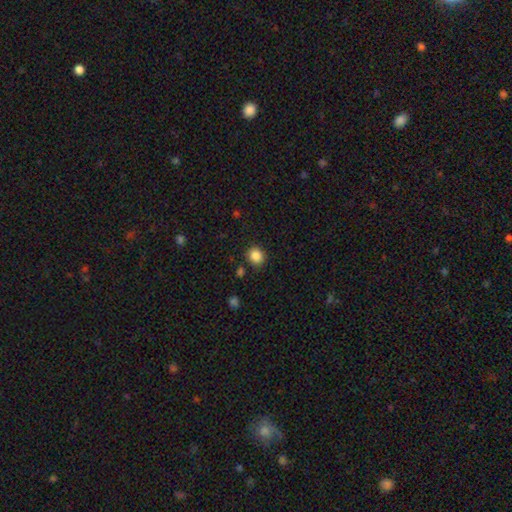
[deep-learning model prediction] The model was most divided on "how rounded": round: 79%, in between: 20%, cigar-shaped: 1%. More confident: merging — none (87%); smooth or featured — smooth (86%).